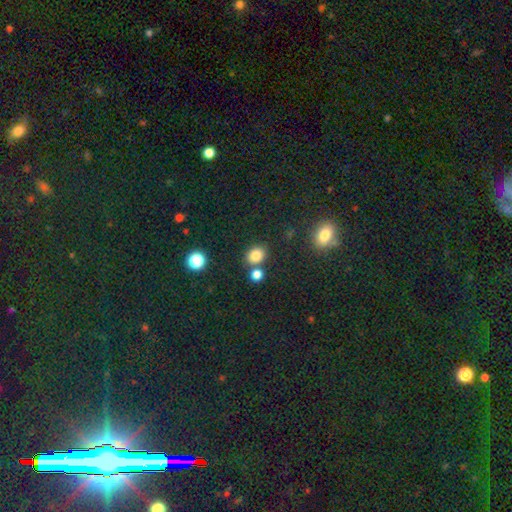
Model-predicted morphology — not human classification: A smooth galaxy with no disk features (81%) that is round (55%). Merging: none (71%).